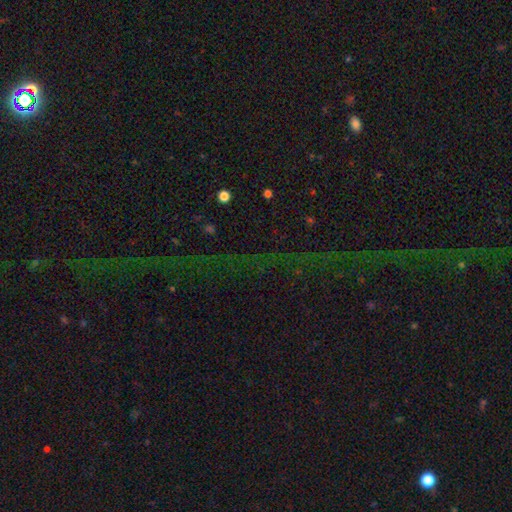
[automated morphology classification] Q: Smooth or featured?
A: star or artifact (76%); runner-up: featured or disk (13%)